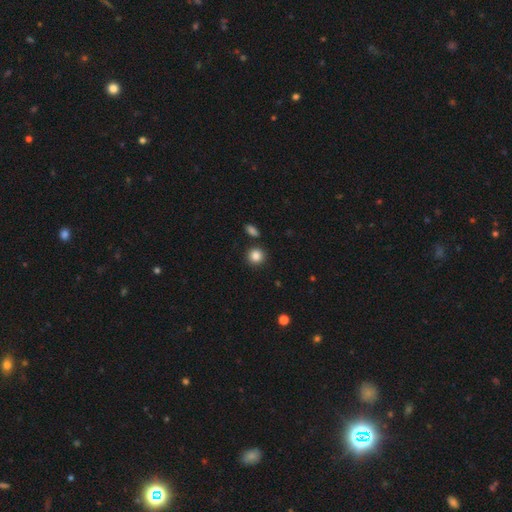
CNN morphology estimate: smooth-or-featured: smooth: 86% | star or artifact: 10% | featured or disk: 4%
  how-rounded: round: 89% | in between: 10% | cigar-shaped: 1%
  merging: none: 86% | minor disturbance: 7% | merger: 4% | major disturbance: 2%